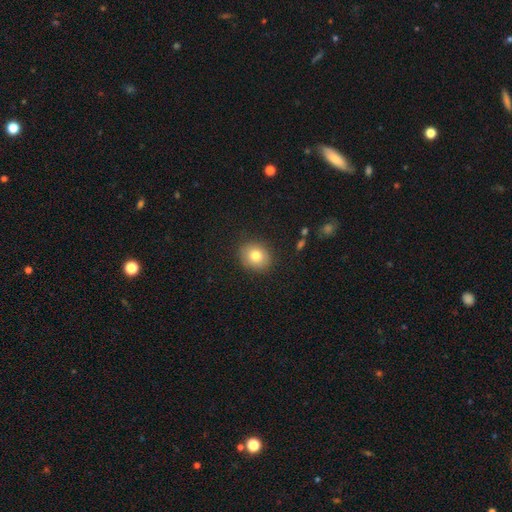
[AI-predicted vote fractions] This appears to be a smooth galaxy with no disk features (78%) that is round (66%). Merging: none (88%).